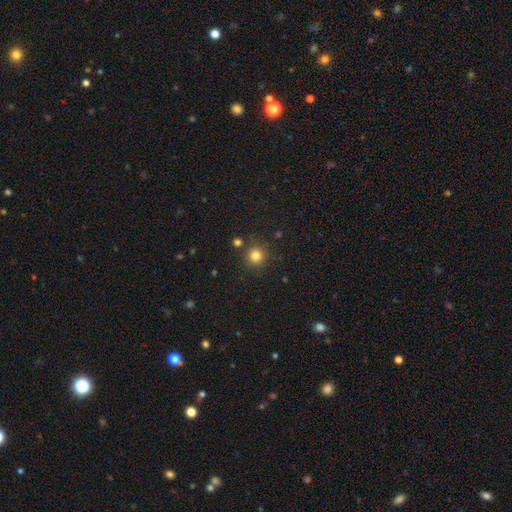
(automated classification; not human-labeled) Smooth or featured?
  - smooth: 81% *
  - star or artifact: 14%
  - featured or disk: 5%
How rounded?
  - round: 94% *
  - in between: 5%
  - cigar-shaped: 1%
Merging?
  - none: 84% *
  - minor disturbance: 8%
  - merger: 5%
  - major disturbance: 3%